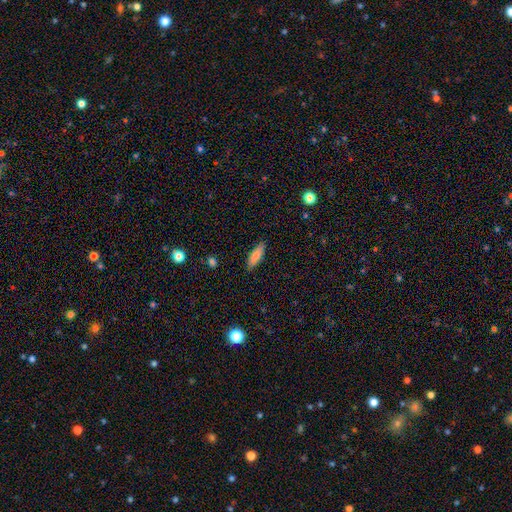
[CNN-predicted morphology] Q: Smooth or featured?
A: smooth (83%); runner-up: featured or disk (10%)
Q: How rounded?
A: cigar-shaped (51%); runner-up: in between (47%)
Q: Merging?
A: none (87%); runner-up: minor disturbance (9%)